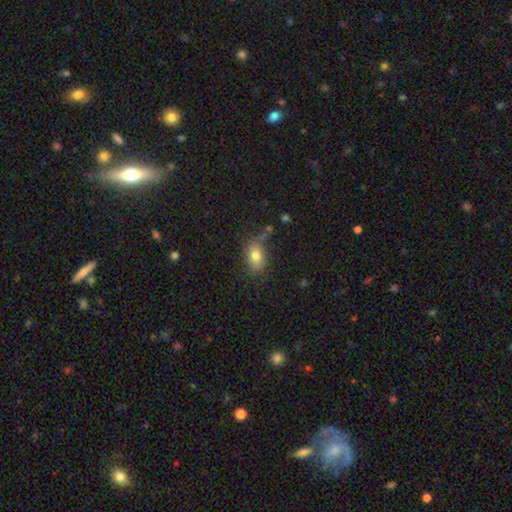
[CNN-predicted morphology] smooth-or-featured: smooth: 80% | featured or disk: 11% | star or artifact: 10%
  how-rounded: in between: 85% | round: 13% | cigar-shaped: 3%
  merging: none: 66% | minor disturbance: 21% | major disturbance: 7% | merger: 6%